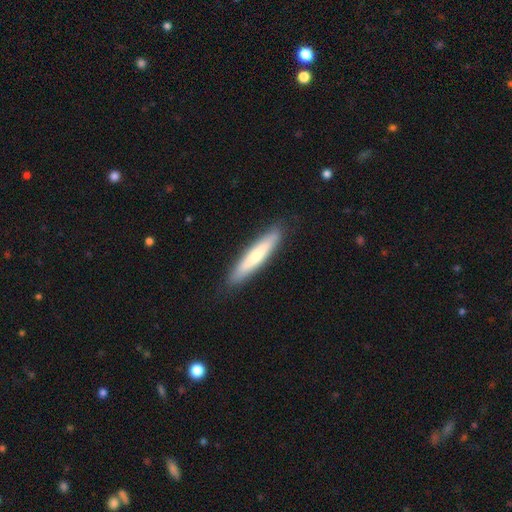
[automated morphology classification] This appears to be a smooth galaxy with no disk features (62%) that is cigar-shaped (89%). Merging: none (89%).